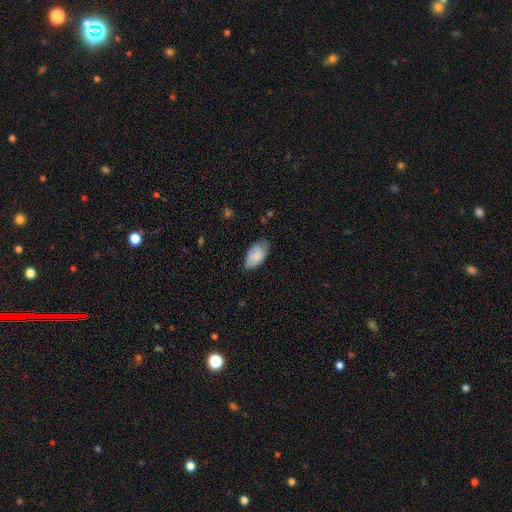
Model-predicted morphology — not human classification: This appears to be a smooth galaxy with no disk features (81%) that is in between round and cigar-shaped (94%). Merging: none (59%).